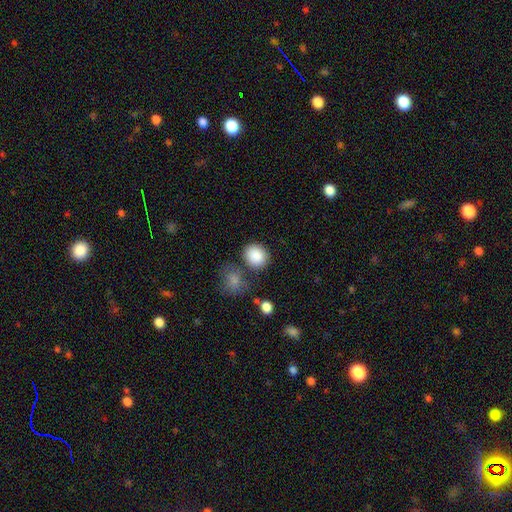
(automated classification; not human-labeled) Smooth or featured: smooth — 88% (star or artifact — 8%)
How rounded: round — 71% (in between — 28%)
Merging: none — 74% (minor disturbance — 12%)